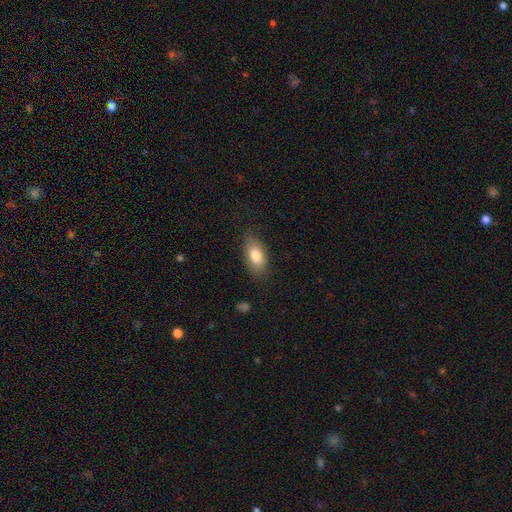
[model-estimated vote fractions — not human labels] smooth_or_featured: smooth (p=0.79) [alt: featured or disk p=0.14]
how_rounded: in between (p=0.90) [alt: round p=0.05]
merging: none (p=0.80) [alt: minor disturbance p=0.15]